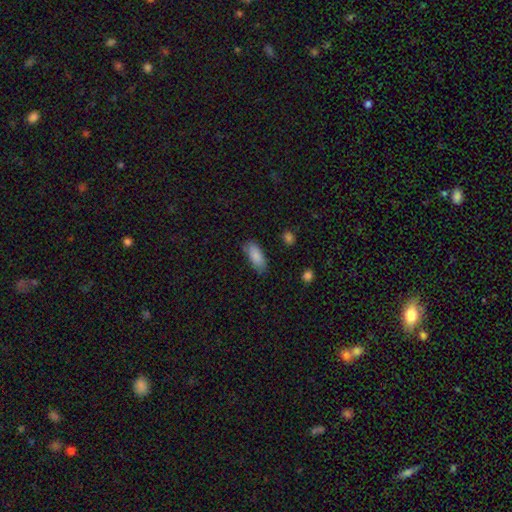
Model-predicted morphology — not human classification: smooth-or-featured: smooth: 87% | star or artifact: 7% | featured or disk: 6%
  how-rounded: in between: 82% | cigar-shaped: 16% | round: 2%
  merging: none: 77% | minor disturbance: 17% | major disturbance: 4% | merger: 2%